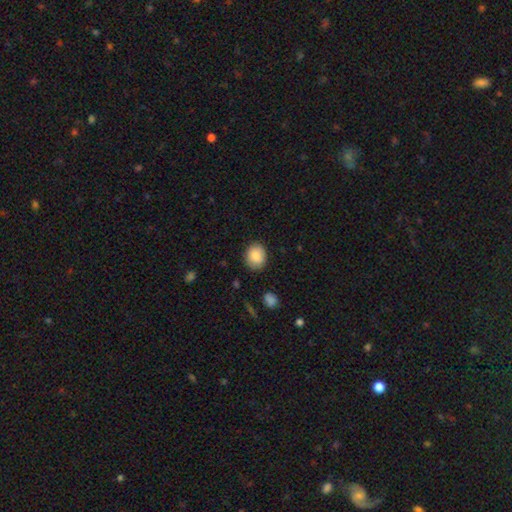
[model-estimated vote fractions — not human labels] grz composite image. It shows a smooth galaxy with no disk features (87%) that is round (58%). Merging: none (86%).